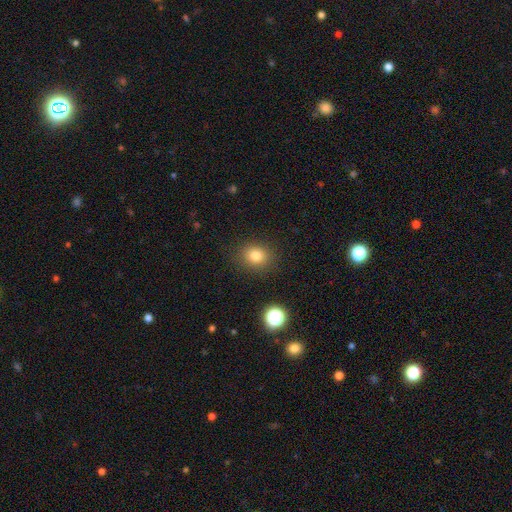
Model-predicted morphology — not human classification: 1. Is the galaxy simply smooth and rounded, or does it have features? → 80% smooth, 13% star or artifact, 7% featured or disk.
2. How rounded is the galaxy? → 68% round, 31% in between, 1% cigar-shaped.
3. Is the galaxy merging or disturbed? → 88% none, 8% minor disturbance, 3% major disturbance, 1% merger.